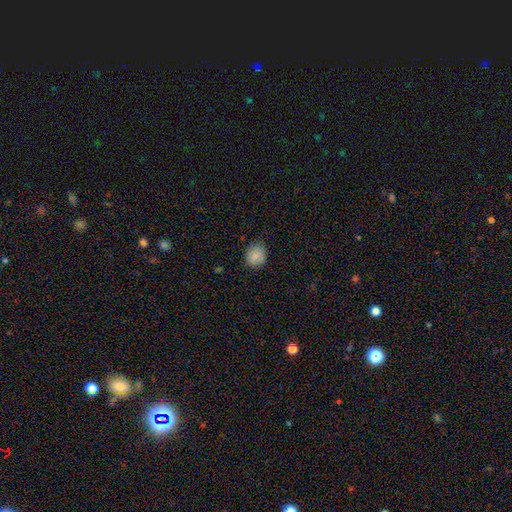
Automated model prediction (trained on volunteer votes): A smooth galaxy with no disk features (85%) that is round (65%).

Vote fractions:
- Smooth or featured? smooth: 85% / star or artifact: 9% / featured or disk: 6%
- How rounded? round: 65% / in between: 34% / cigar-shaped: 1%
- Merging? none: 76% / minor disturbance: 20% / major disturbance: 3% / merger: 1%